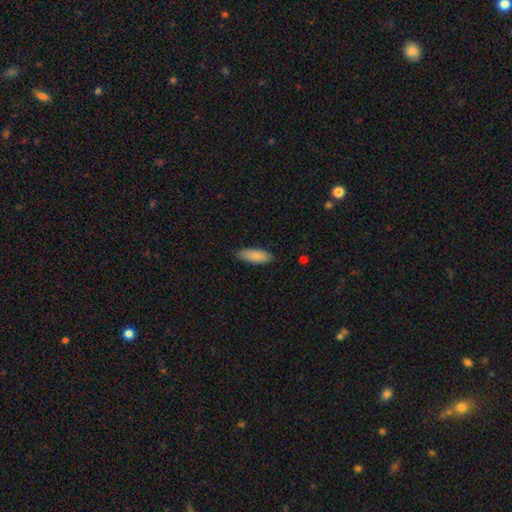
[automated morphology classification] The model was most divided on "how rounded": in between: 75%, cigar-shaped: 24%, round: 2%. More confident: smooth or featured — smooth (87%); merging — none (86%).